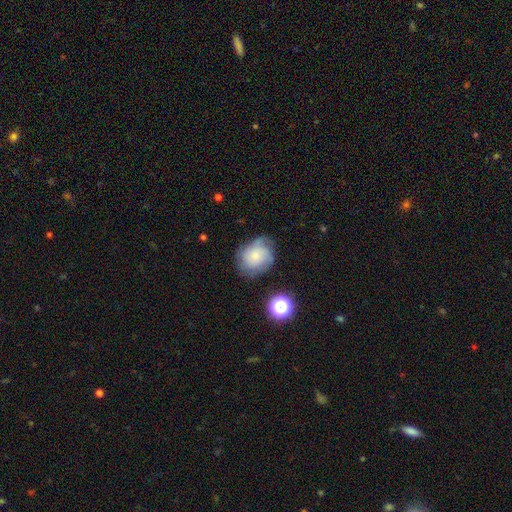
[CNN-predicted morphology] smooth 47%, featured or disk 43%, star or artifact 11%. Down the decision tree: merging — none (59%).